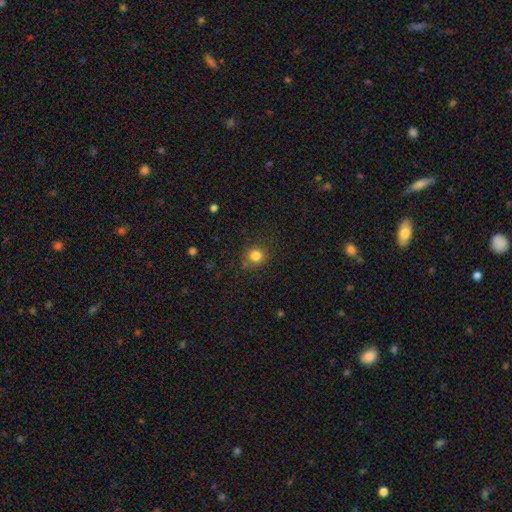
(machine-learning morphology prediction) This is clearly a smooth galaxy (82%). How rounded: clearly round (89%). Merging: clearly none (85%).